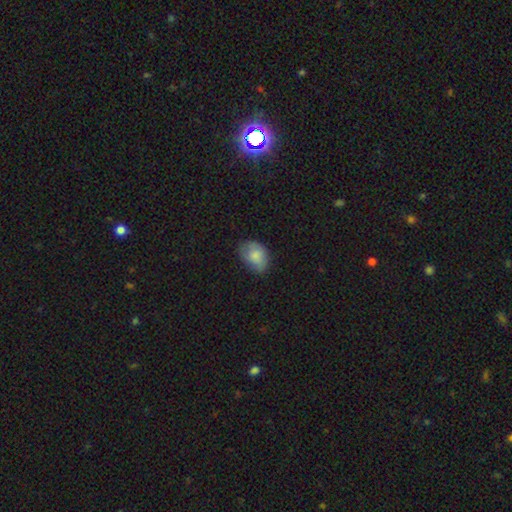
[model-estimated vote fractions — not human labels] Q: Smooth or featured?
A: smooth (77%); runner-up: featured or disk (15%)
Q: How rounded?
A: in between (79%); runner-up: round (20%)
Q: Merging?
A: none (57%); runner-up: minor disturbance (32%)